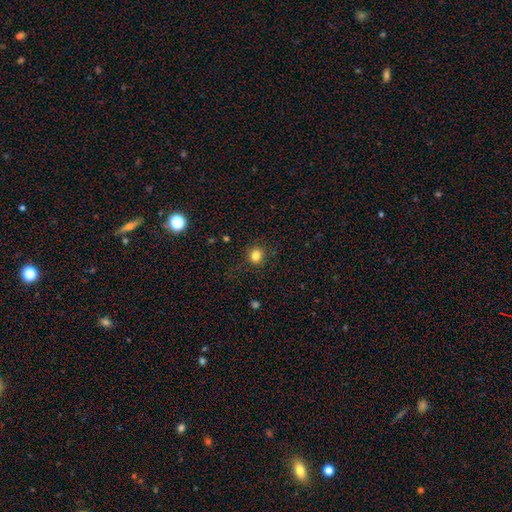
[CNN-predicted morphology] Q: Smooth or featured?
A: smooth (82%); runner-up: star or artifact (13%)
Q: How rounded?
A: round (88%); runner-up: in between (11%)
Q: Merging?
A: none (87%); runner-up: minor disturbance (9%)